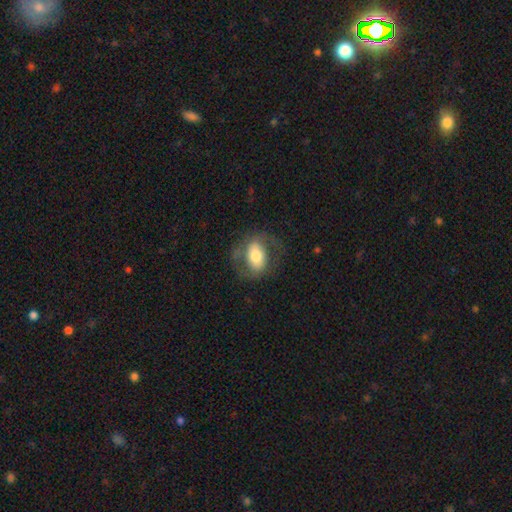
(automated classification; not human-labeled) smooth-or-featured: smooth: 53% | featured or disk: 40% | star or artifact: 7%
  how-rounded: in between: 81% | round: 17% | cigar-shaped: 2%
  merging: none: 66% | minor disturbance: 18% | major disturbance: 14% | merger: 1%